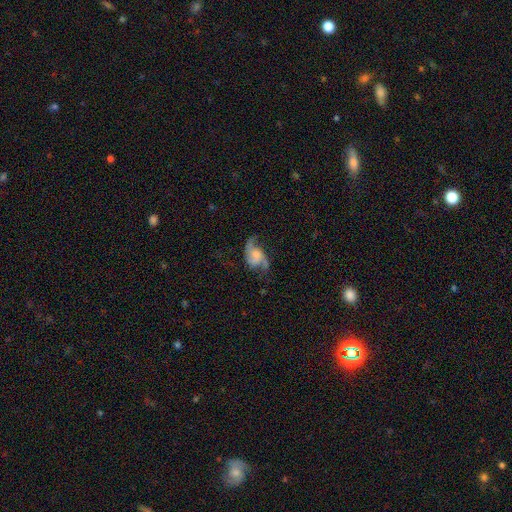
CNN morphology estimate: Smooth or featured?
  - featured or disk: 77% *
  - smooth: 16%
  - star or artifact: 7%
Edge-on disk?
  - no: 97% *
  - yes: 3%
Bar?
  - no: 62% *
  - weak: 32%
  - strong: 7%
Spiral arms?
  - yes: 92% *
  - no: 8%
Spiral winding?
  - loose: 56% *
  - medium: 35%
  - tight: 9%
Spiral arm count?
  - 2: 79% *
  - 3: 7%
  - can't tell: 6%
  - 1: 5%
  - 4: 2%
  - more than 4: 2%
Bulge size?
  - small: 29% * (tied)
  - moderate: 29% * (tied)
  - none: 28%
  - large: 11%
  - dominant: 2%
Merging?
  - none: 51% *
  - major disturbance: 24%
  - minor disturbance: 22%
  - merger: 3%